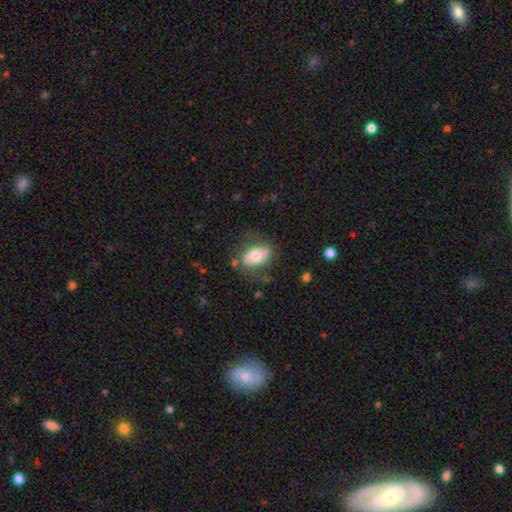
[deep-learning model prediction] This is likely a smooth galaxy (64%). How rounded: clearly in between (89%). Merging: likely none (69%).